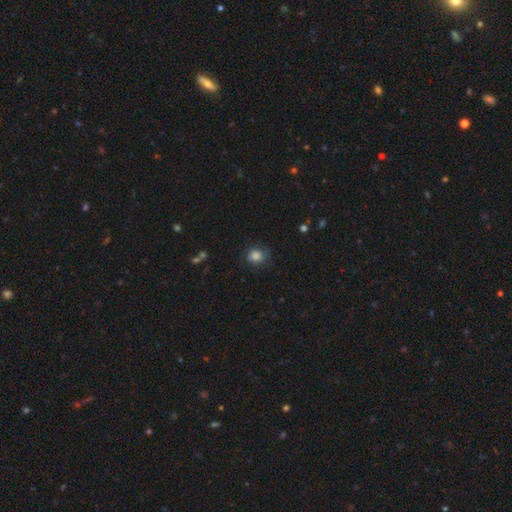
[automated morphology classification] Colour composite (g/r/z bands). It shows a smooth galaxy with no disk features (84%) that is round (76%). Merging: none (74%).